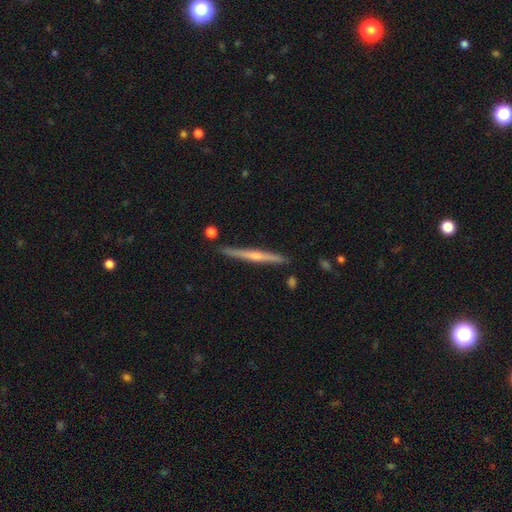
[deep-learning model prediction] featured or disk 70%, smooth 25%, star or artifact 5%. Down the decision tree: edge-on disk — yes (98%); edge-on bulge — rounded (68%); merging — none (90%).